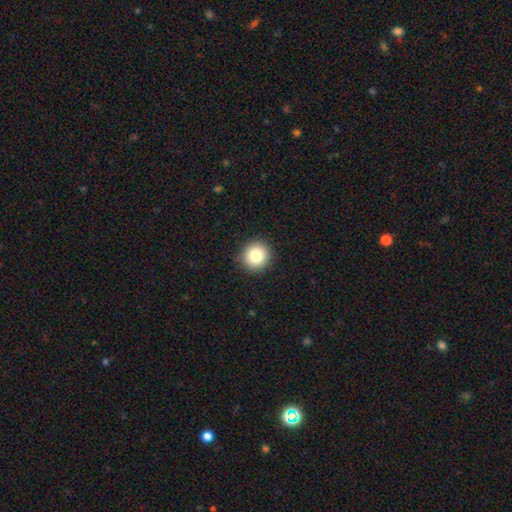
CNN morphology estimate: smooth 81%, star or artifact 11%, featured or disk 8%. Down the decision tree: how rounded — round (93%); merging — none (91%).